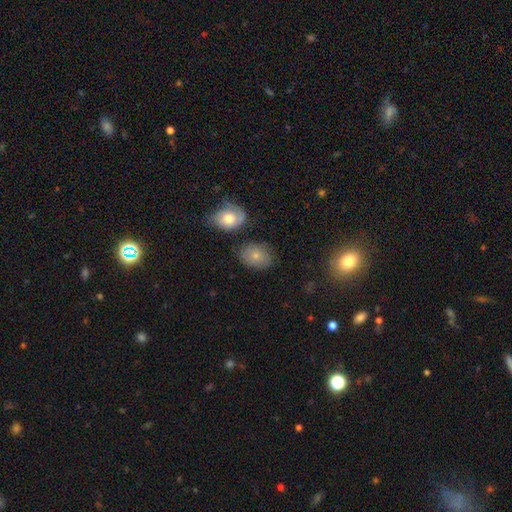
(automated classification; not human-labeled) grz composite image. It shows a smooth galaxy with no disk features (74%) that is in between round and cigar-shaped (71%). Merging: none (69%).